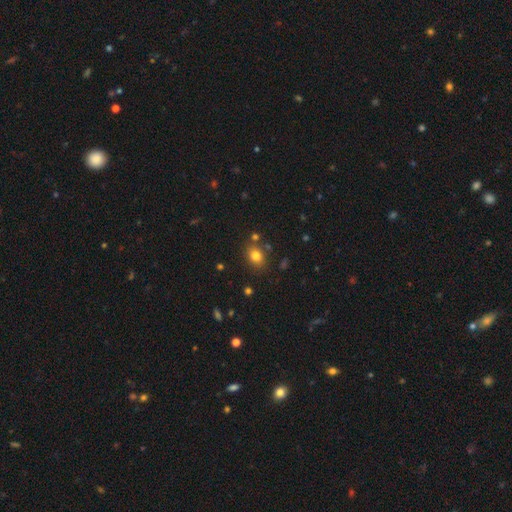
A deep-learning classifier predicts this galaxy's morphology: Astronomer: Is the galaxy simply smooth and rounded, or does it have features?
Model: smooth — 79%.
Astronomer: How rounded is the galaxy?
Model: in between — 54% (runner-up: round, 45%).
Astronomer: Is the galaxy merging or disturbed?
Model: none — 79%.